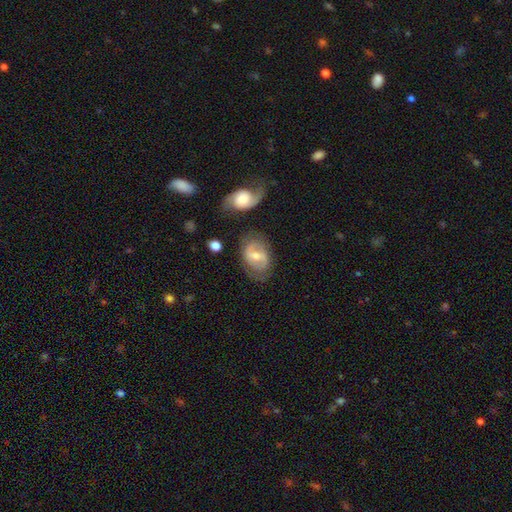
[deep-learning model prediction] Q: Smooth or featured?
A: featured or disk (60%); runner-up: smooth (34%)
Q: Edge-on disk?
A: no (95%); runner-up: yes (5%)
Q: Bar?
A: weak (47%); runner-up: strong (32%)
Q: Spiral arms?
A: yes (69%); runner-up: no (31%)
Q: Bulge size?
A: moderate (57%); runner-up: small (36%)
Q: Merging?
A: none (67%); runner-up: minor disturbance (20%)